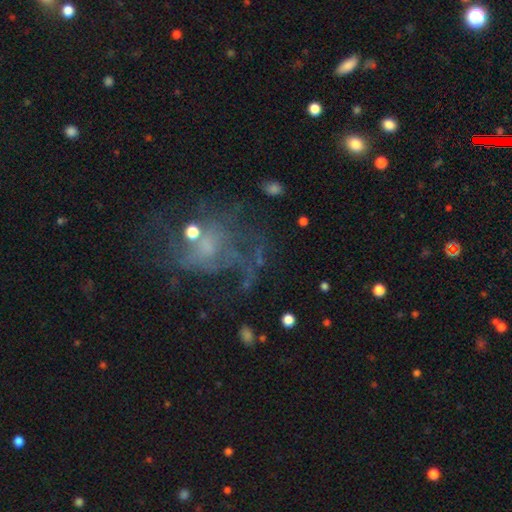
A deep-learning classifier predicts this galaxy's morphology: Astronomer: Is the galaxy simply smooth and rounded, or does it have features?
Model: featured or disk — 57%.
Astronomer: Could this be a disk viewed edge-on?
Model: no — 97%.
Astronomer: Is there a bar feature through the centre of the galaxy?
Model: no — 75%.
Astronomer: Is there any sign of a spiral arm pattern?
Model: yes — 51% (runner-up: no, 49%).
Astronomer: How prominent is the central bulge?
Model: small — 37% (runner-up: none, 36%).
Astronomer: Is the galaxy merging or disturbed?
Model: major disturbance — 41% (runner-up: none, 37%).